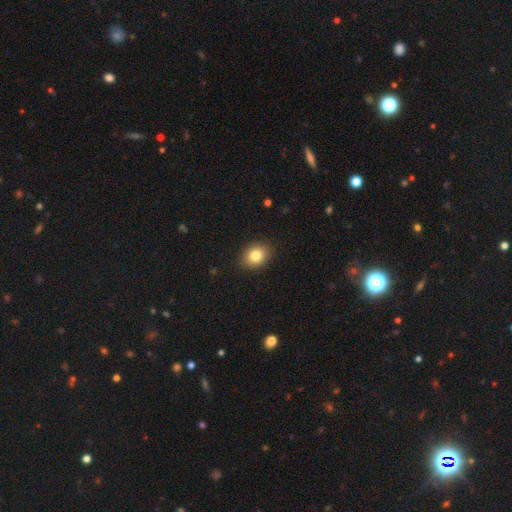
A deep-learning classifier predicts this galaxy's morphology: Smooth or featured: smooth — 83% (star or artifact — 9%)
How rounded: in between — 55% (round — 44%)
Merging: none — 89% (minor disturbance — 8%)